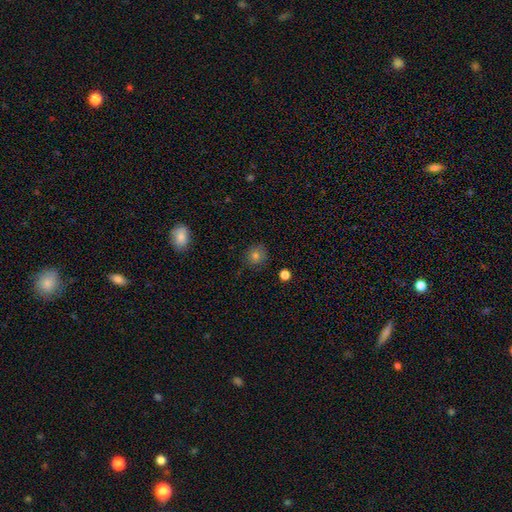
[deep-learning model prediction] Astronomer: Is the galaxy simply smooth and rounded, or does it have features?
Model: smooth — 77%.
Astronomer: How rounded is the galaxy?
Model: round — 89%.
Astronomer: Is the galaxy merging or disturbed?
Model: none — 83%.